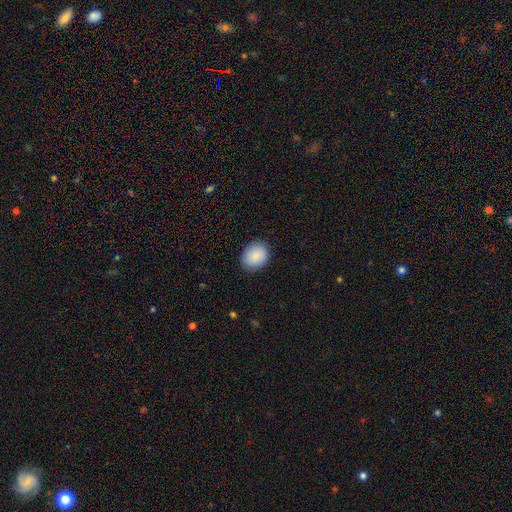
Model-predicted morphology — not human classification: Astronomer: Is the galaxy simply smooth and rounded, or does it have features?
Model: smooth — 87%.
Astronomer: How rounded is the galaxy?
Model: round — 55% (runner-up: in between, 44%).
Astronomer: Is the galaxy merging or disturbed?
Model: none — 86%.